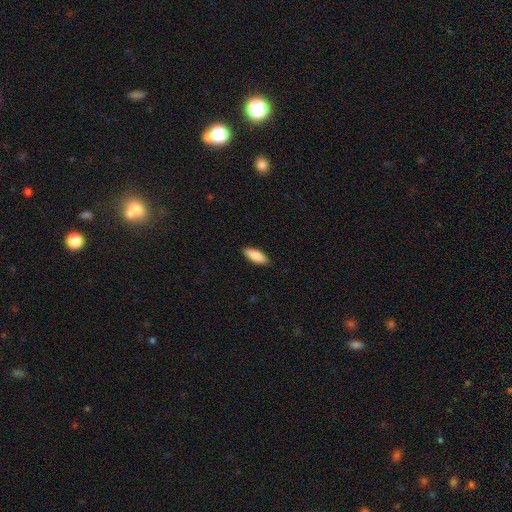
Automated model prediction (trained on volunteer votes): smooth 86%, featured or disk 9%, star or artifact 6%. Down the decision tree: how rounded — in between (71%); merging — none (89%).